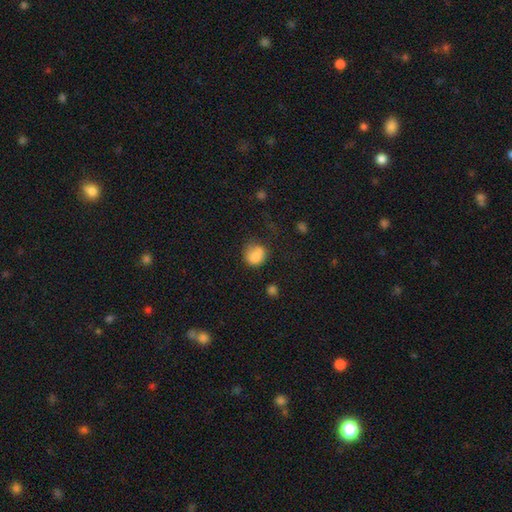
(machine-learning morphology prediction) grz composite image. It shows a smooth galaxy with no disk features (78%) that is round (72%). Merging: none (45%).